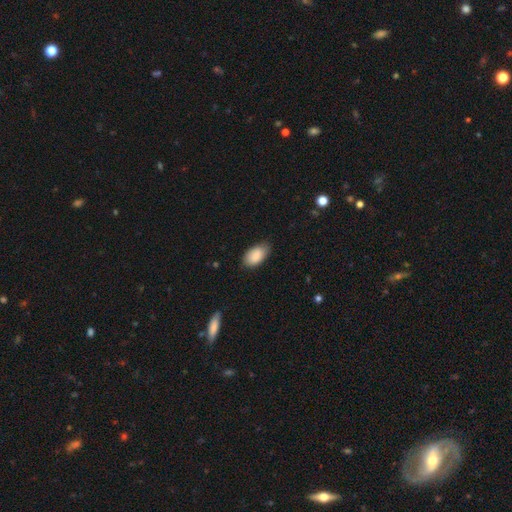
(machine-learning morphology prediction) Overall: smooth (87%). How rounded: in between (94%). Merging: none (75%).